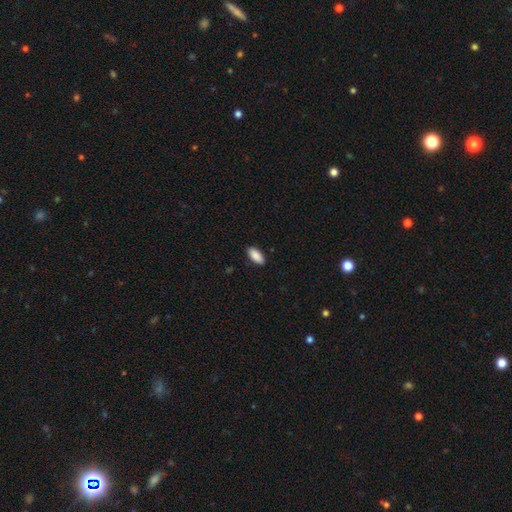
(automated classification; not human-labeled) The model was most divided on "merging": none: 89%, minor disturbance: 9%, major disturbance: 2%, merger: 1%. More confident: how rounded — in between (91%); smooth or featured — smooth (90%).